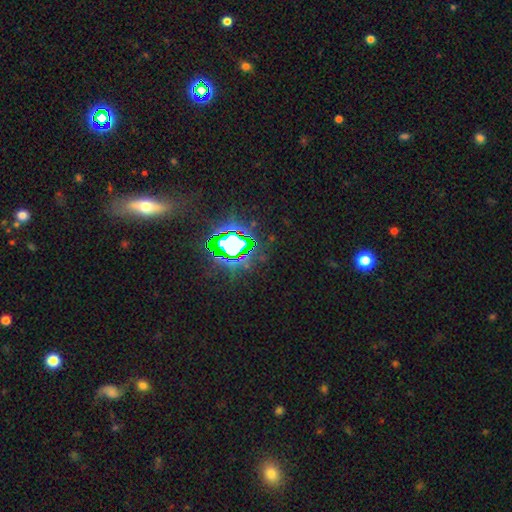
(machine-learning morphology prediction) Smooth or featured? star or artifact (73%)